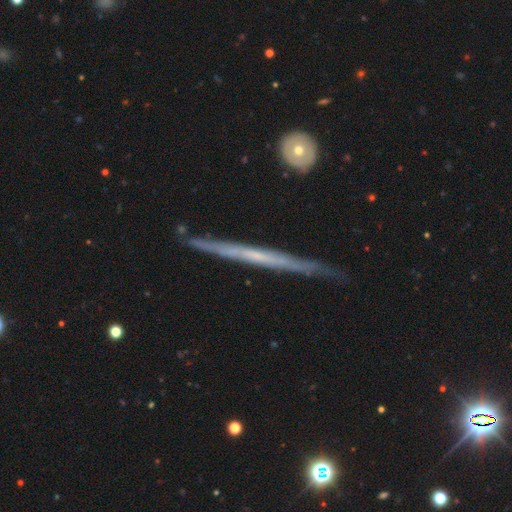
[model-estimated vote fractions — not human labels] A featured or disk galaxy (73%) viewed edge-on (95%) with no central bulge (86%). Merging: none (82%).